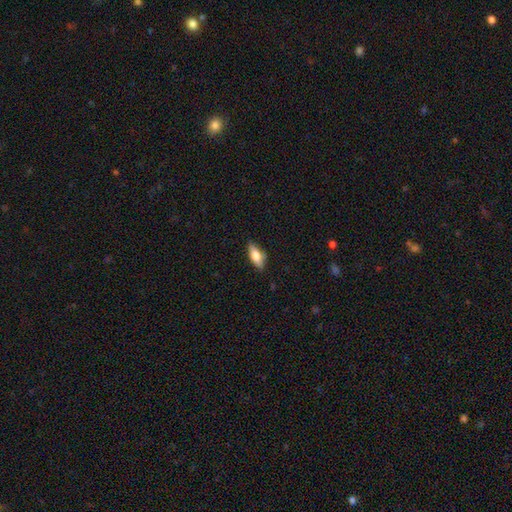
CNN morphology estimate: smooth 65%, featured or disk 28%, star or artifact 7%. Down the decision tree: how rounded — in between (74%); merging — none (79%).